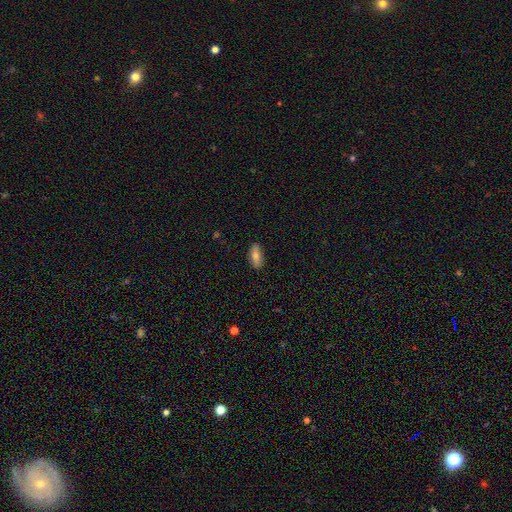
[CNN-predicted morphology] type=smooth (73%); roundness=in between (85%); merging=none (86%).